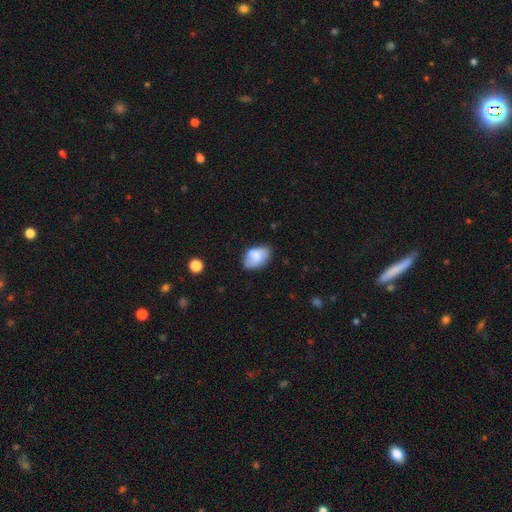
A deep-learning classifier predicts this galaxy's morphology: smooth 61%, featured or disk 31%, star or artifact 8%. Down the decision tree: how rounded — in between (86%); merging — none (54%).